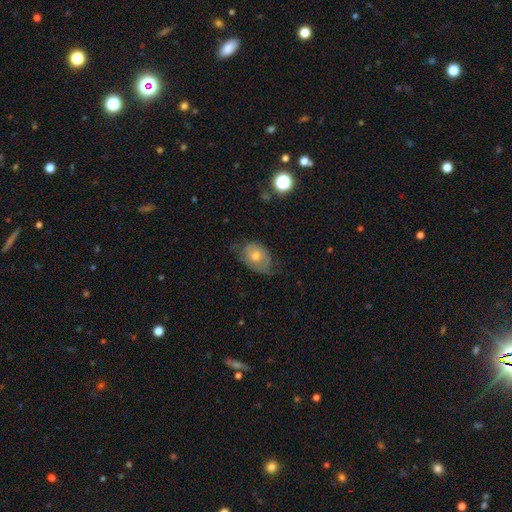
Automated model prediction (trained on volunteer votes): Smooth or featured? smooth (46%)
Merging? none (53%)